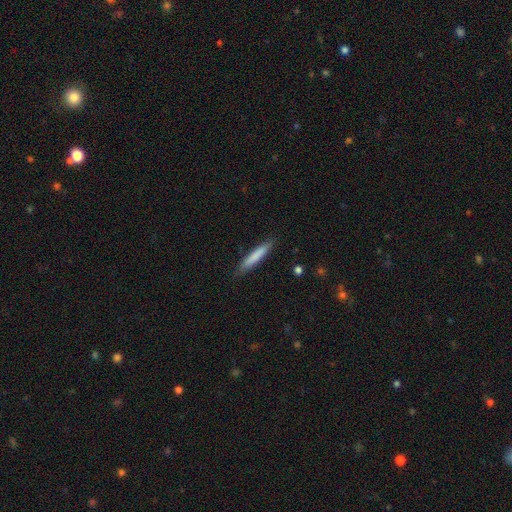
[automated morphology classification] The model was most divided on "smooth or featured": smooth: 79%, featured or disk: 16%, star or artifact: 5%. More confident: how rounded — cigar-shaped (91%); merging — none (86%).